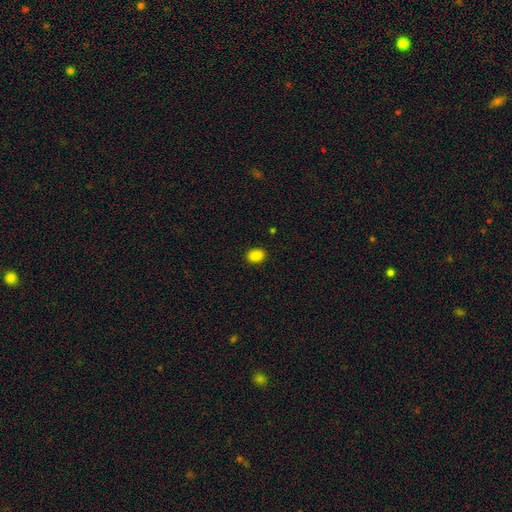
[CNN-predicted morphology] Smooth or featured? smooth (87%)
How rounded? in between (67%)
Merging? none (89%)